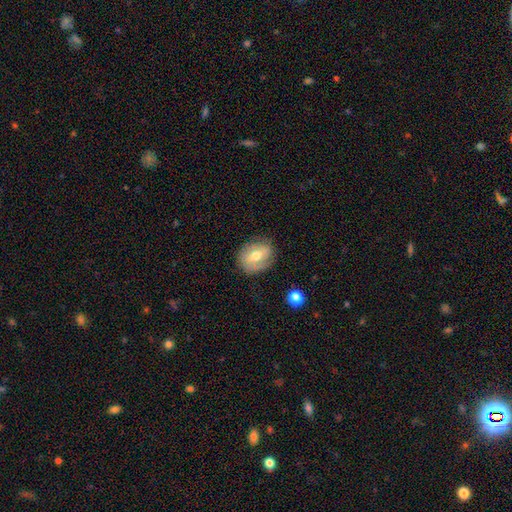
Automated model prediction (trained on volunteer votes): The model was most divided on "smooth or featured": featured or disk: 48%, smooth: 44%, star or artifact: 8%. More confident: merging — none (73%).